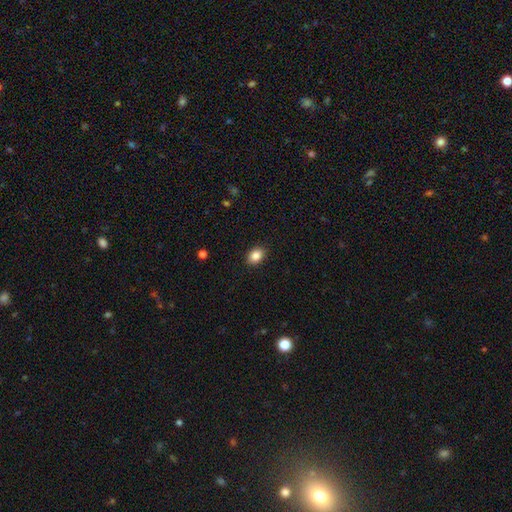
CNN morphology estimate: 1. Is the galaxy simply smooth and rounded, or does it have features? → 87% smooth, 9% star or artifact, 5% featured or disk.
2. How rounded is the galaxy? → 72% in between, 27% round, 1% cigar-shaped.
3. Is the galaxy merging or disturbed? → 89% none, 8% minor disturbance, 2% major disturbance, 1% merger.